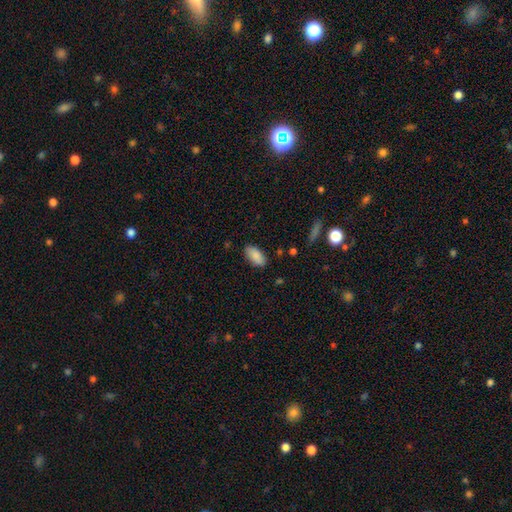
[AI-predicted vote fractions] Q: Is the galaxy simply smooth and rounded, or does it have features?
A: smooth — 87%.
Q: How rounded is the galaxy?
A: in between — 92%.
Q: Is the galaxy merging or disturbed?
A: none — 84%.